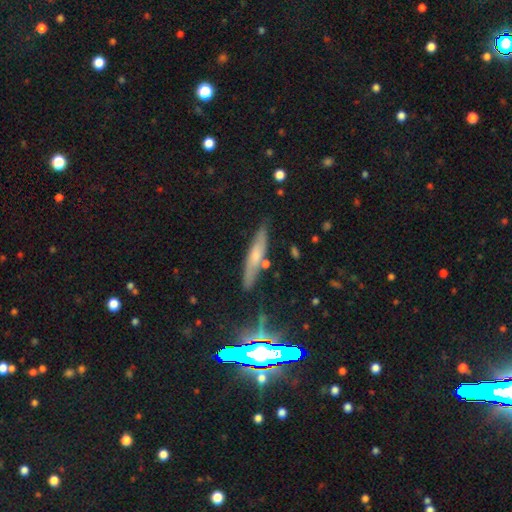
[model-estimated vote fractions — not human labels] The model was most divided on "smooth or featured": smooth: 50%, featured or disk: 37%, star or artifact: 13%. More confident: merging — none (76%).